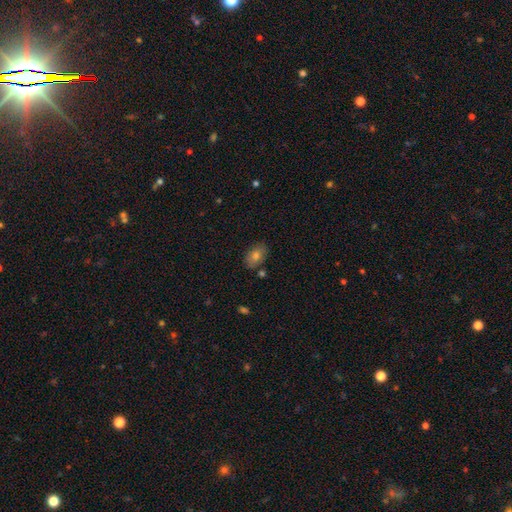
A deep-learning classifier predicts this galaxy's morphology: A smooth galaxy with no disk features (76%) that is in between round and cigar-shaped (87%).

Vote fractions:
- Smooth or featured? smooth: 76% / featured or disk: 14% / star or artifact: 10%
- How rounded? in between: 87% / round: 12% / cigar-shaped: 2%
- Merging? none: 81% / minor disturbance: 13% / merger: 4% / major disturbance: 3%